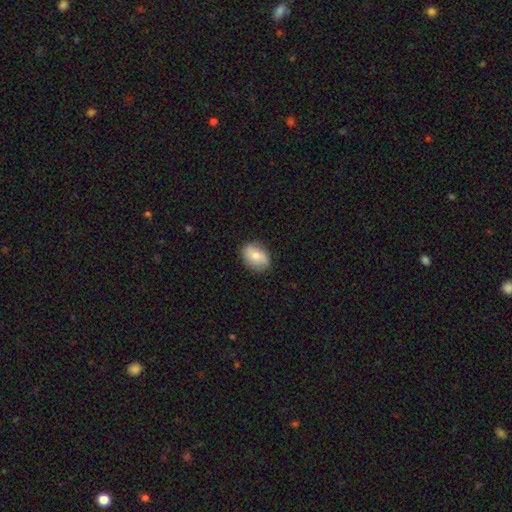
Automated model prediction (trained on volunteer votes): smooth-or-featured: smooth: 70% | featured or disk: 22% | star or artifact: 7%
  how-rounded: in between: 71% | round: 27% | cigar-shaped: 1%
  merging: none: 83% | minor disturbance: 13% | major disturbance: 3% | merger: 1%